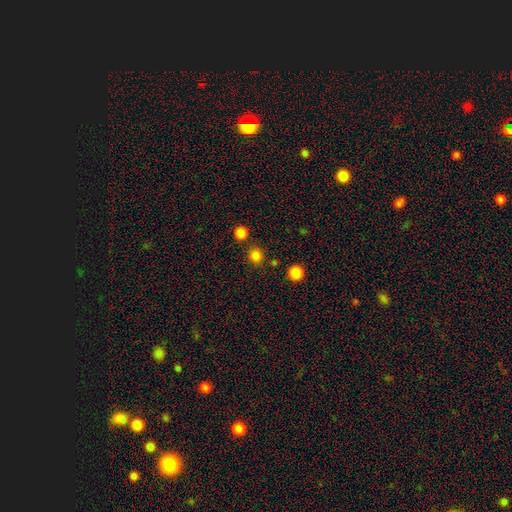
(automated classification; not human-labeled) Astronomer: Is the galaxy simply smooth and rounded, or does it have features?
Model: smooth — 81%.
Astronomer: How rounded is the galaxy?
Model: round — 89%.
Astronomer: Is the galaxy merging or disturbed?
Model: none — 83%.